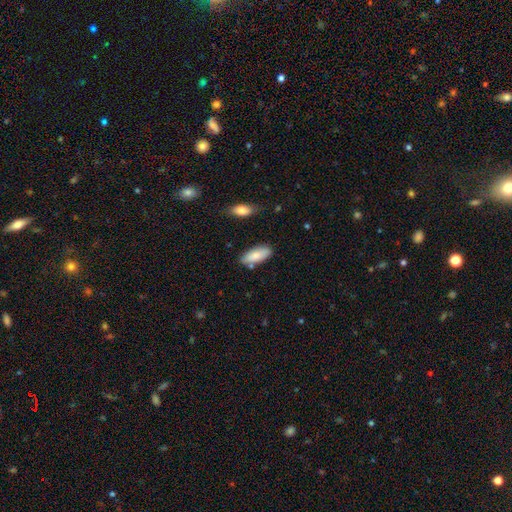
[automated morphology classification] This is clearly a smooth galaxy (83%). How rounded: clearly in between (82%). Merging: likely none (76%).